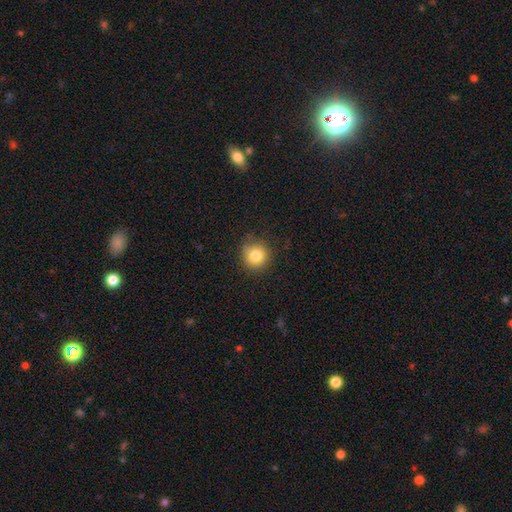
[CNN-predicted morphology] smooth-or-featured: smooth: 81% | star or artifact: 11% | featured or disk: 7%
  how-rounded: round: 93% | in between: 6% | cigar-shaped: 1%
  merging: none: 81% | minor disturbance: 14% | major disturbance: 3% | merger: 1%